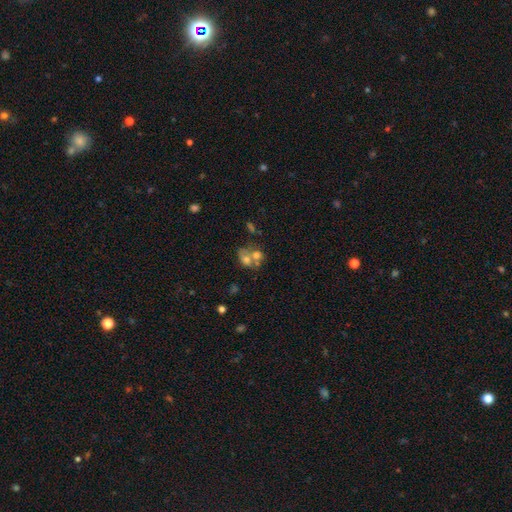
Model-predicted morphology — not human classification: type=smooth (55%); roundness=round (51%); merging=merger (63%).